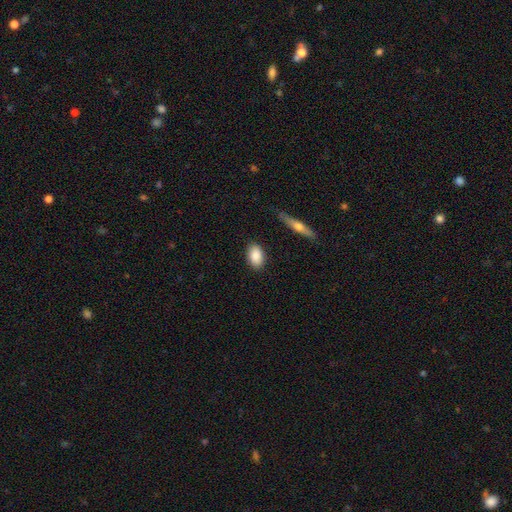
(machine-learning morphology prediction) A smooth galaxy with no disk features (86%) that is in between round and cigar-shaped (89%).

Vote fractions:
- Smooth or featured? smooth: 86% / featured or disk: 8% / star or artifact: 6%
- How rounded? in between: 89% / round: 8% / cigar-shaped: 3%
- Merging? none: 87% / minor disturbance: 10% / major disturbance: 2% / merger: 2%